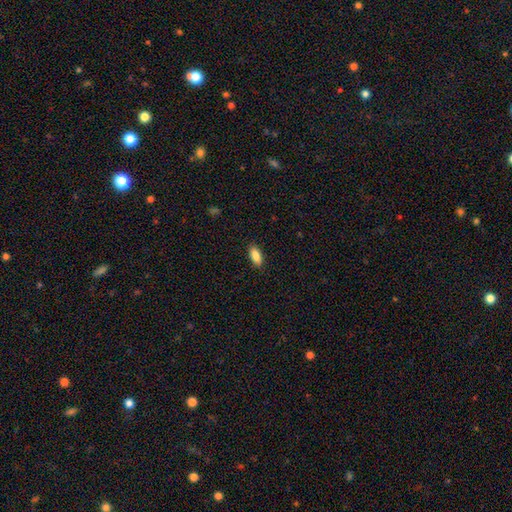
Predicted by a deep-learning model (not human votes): Smooth or featured: smooth — 87% (star or artifact — 7%)
How rounded: in between — 88% (cigar-shaped — 10%)
Merging: none — 88% (minor disturbance — 9%)